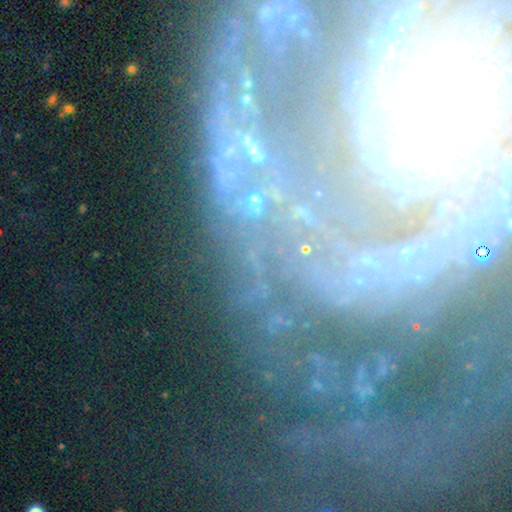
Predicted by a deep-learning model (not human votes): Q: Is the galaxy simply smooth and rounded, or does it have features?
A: featured or disk — 43%.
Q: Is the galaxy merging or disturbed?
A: none — 62%.